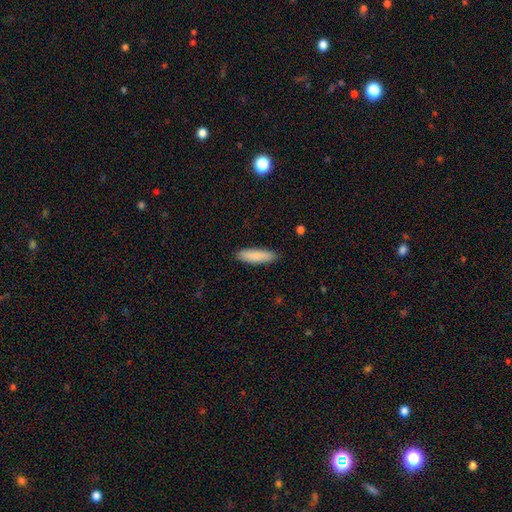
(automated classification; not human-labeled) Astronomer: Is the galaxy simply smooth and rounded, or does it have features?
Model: smooth — 87%.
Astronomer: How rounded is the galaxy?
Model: cigar-shaped — 65%.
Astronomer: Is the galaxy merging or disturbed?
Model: none — 89%.